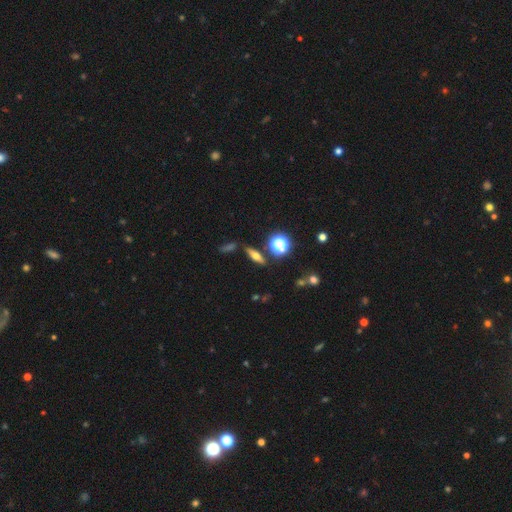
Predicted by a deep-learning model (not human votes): Smooth or featured? Predicted: featured or disk (p=0.45). Merging? Predicted: none (p=0.81).